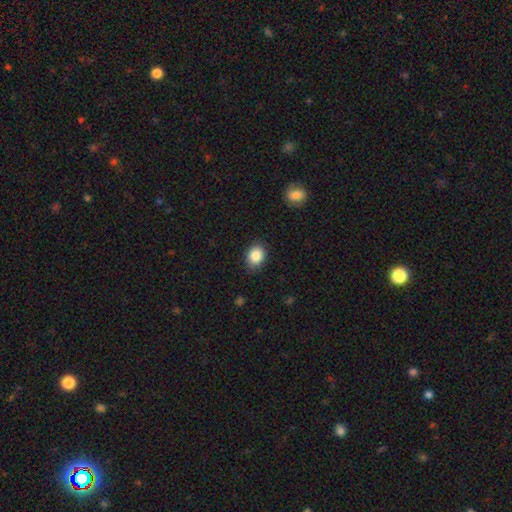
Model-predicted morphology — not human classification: Smooth or featured: smooth — 87% (star or artifact — 9%)
How rounded: in between — 51% (round — 48%)
Merging: none — 86% (minor disturbance — 10%)